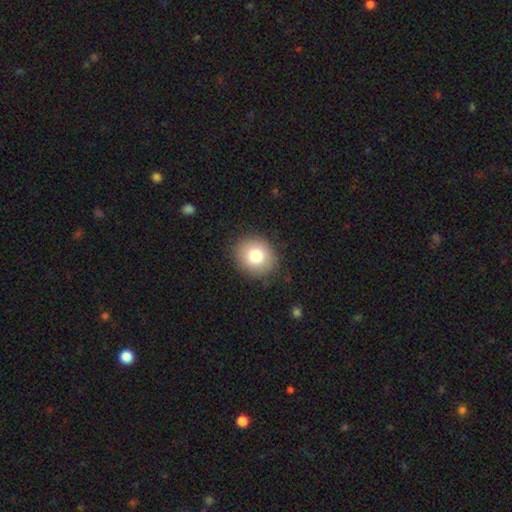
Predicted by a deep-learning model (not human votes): The model was most divided on "how rounded": round: 76%, in between: 23%, cigar-shaped: 1%. More confident: merging — none (88%); smooth or featured — smooth (79%).